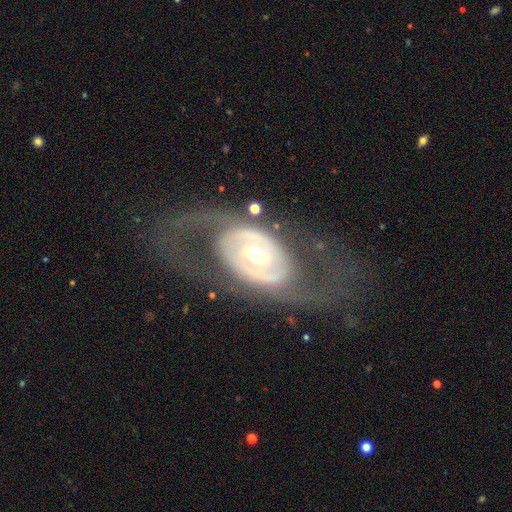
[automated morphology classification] smooth_or_featured: featured or disk (p=0.80) [alt: smooth p=0.15]
disk_edge_on: no (p=0.91) [alt: yes p=0.09]
bar: no (p=0.59) [alt: weak p=0.25]
has_spiral_arms: yes (p=0.55) [alt: no p=0.45]
bulge_size: moderate (p=0.64) [alt: large p=0.24]
merging: none (p=0.67) [alt: major disturbance p=0.18]